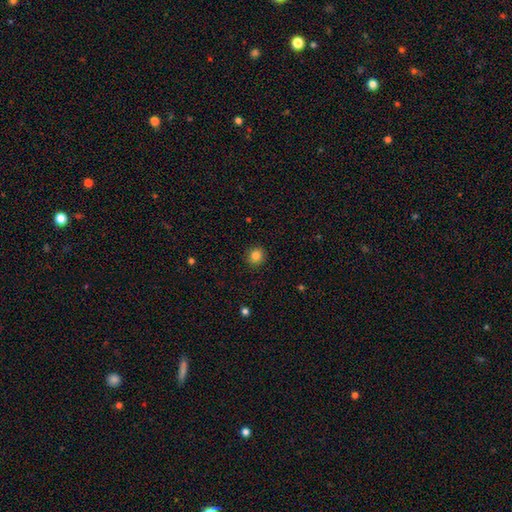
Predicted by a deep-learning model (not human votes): This is clearly a smooth galaxy (85%). How rounded: clearly round (89%). Merging: clearly none (91%).